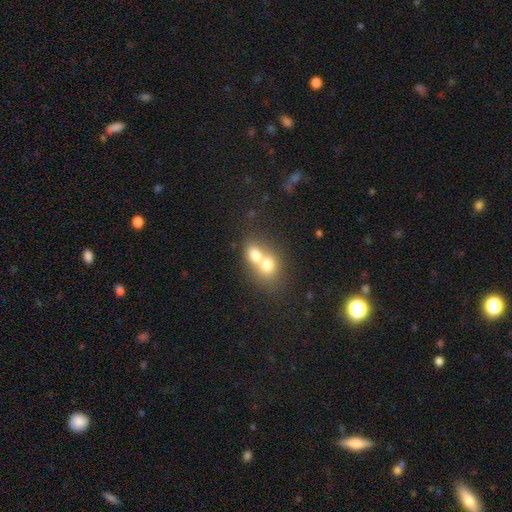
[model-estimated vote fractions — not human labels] The model was most divided on "how rounded": in between: 51%, round: 47%, cigar-shaped: 1%. More confident: merging — merger (76%); smooth or featured — smooth (70%).